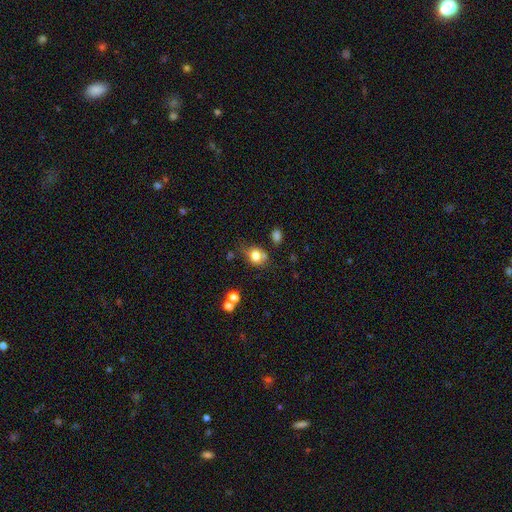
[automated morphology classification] Q: Smooth or featured?
A: smooth (76%); runner-up: featured or disk (13%)
Q: How rounded?
A: in between (50%); runner-up: round (49%)
Q: Merging?
A: none (47%); runner-up: minor disturbance (27%)